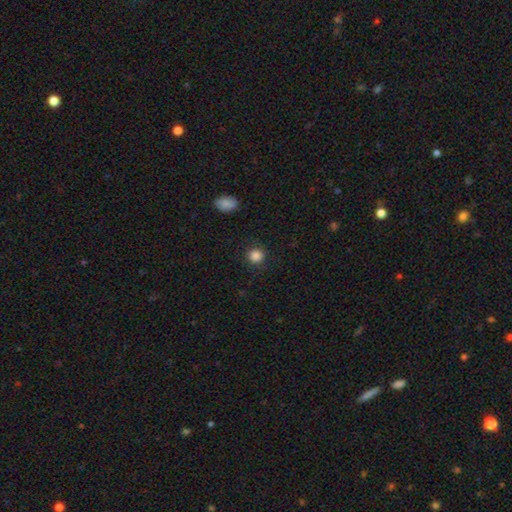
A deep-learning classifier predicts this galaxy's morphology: A smooth galaxy with no disk features (86%) that is round (91%). Merging: none (86%).